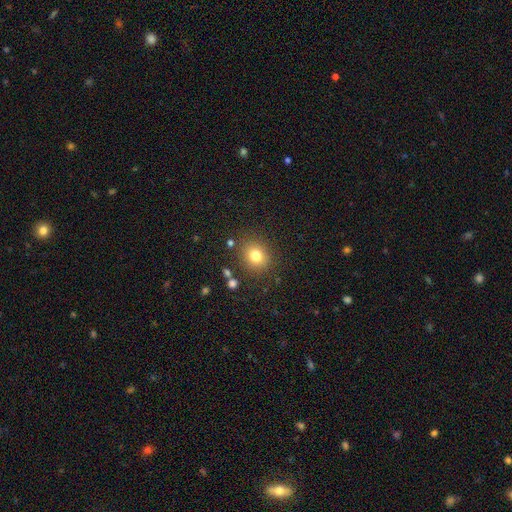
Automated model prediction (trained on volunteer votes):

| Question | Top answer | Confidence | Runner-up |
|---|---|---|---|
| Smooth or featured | smooth | 79% | star or artifact (13%) |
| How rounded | round | 76% | in between (23%) |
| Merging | none | 85% | minor disturbance (9%) |